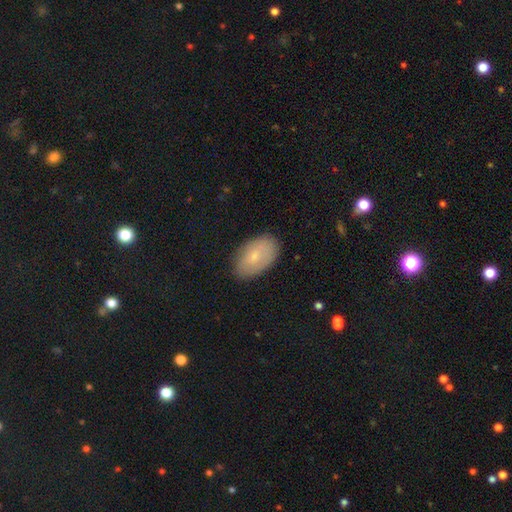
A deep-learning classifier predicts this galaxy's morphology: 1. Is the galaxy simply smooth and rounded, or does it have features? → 71% smooth, 22% featured or disk, 7% star or artifact.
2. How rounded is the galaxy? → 92% in between, 6% round, 1% cigar-shaped.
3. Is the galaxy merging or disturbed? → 83% none, 13% minor disturbance, 3% major disturbance, 1% merger.